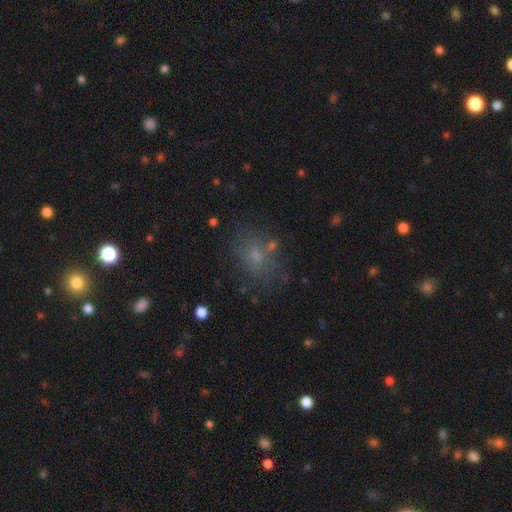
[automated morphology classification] Overall: smooth (59%; star or artifact 21%). How rounded: in between (64%; round 34%). Merging: none (69%).